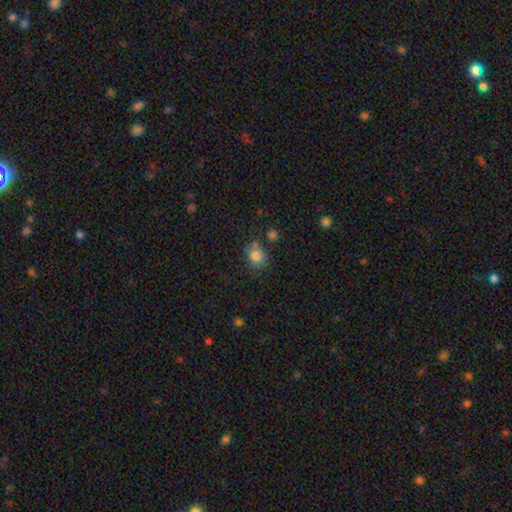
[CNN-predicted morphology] Q: Smooth or featured?
A: smooth (81%); runner-up: star or artifact (11%)
Q: How rounded?
A: round (64%); runner-up: in between (35%)
Q: Merging?
A: none (66%); runner-up: minor disturbance (18%)